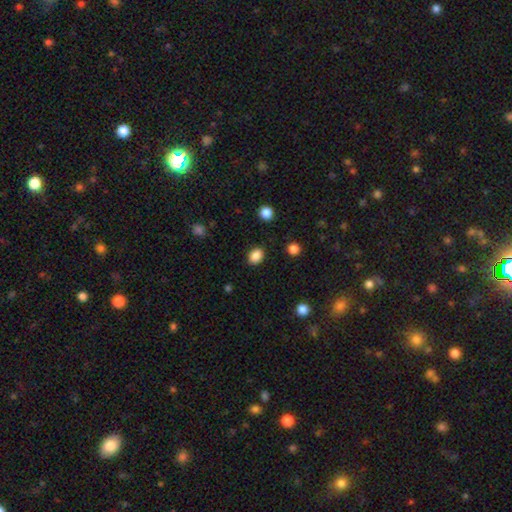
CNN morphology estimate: smooth_or_featured: smooth (p=0.87) [alt: star or artifact p=0.09]
how_rounded: in between (p=0.69) [alt: round p=0.31]
merging: none (p=0.88) [alt: minor disturbance p=0.08]